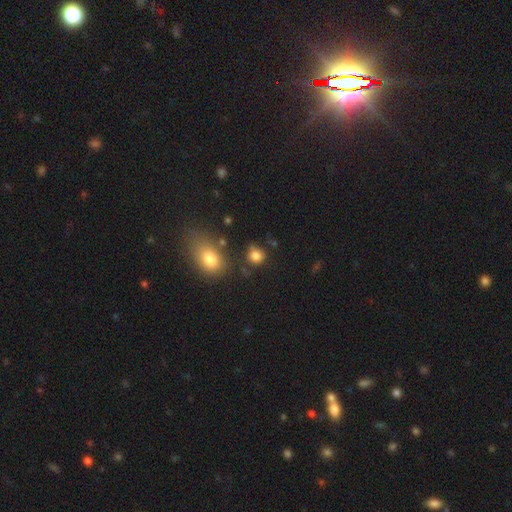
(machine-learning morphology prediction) This appears to be a smooth galaxy with no disk features (82%) that is round (81%). Merging: none (70%).